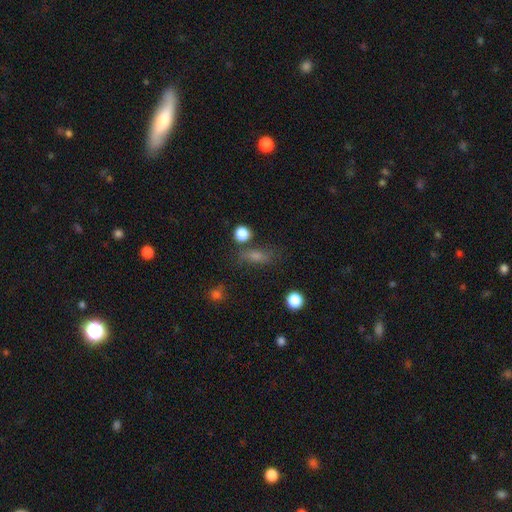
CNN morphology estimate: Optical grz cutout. It shows a smooth galaxy with no disk features (58%) that is in between round and cigar-shaped (57%). Merging: none (64%).